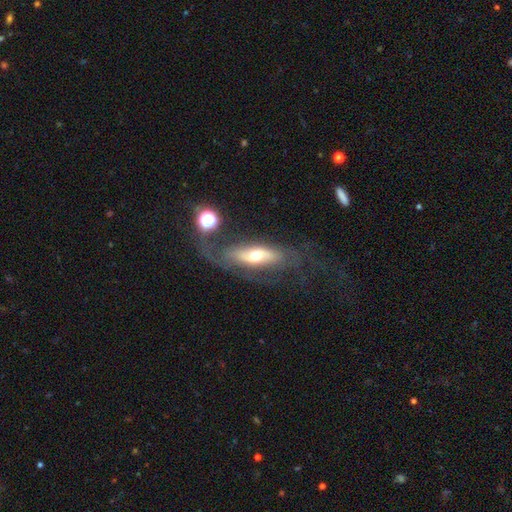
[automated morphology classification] featured or disk 59%, smooth 33%, star or artifact 8%. Down the decision tree: edge-on disk — no (70%); merging — none (49%).